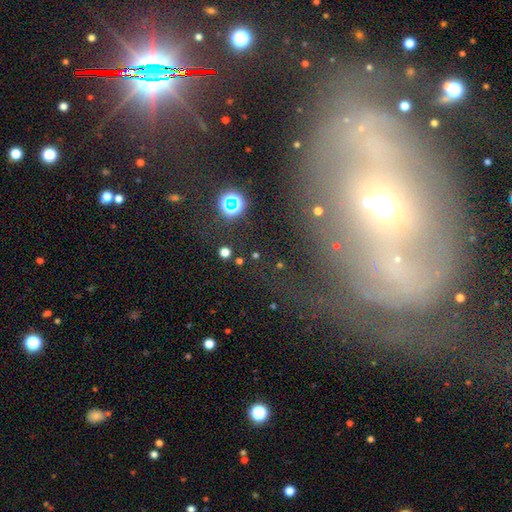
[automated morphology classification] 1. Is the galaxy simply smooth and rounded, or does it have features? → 58% star or artifact, 26% smooth, 16% featured or disk.